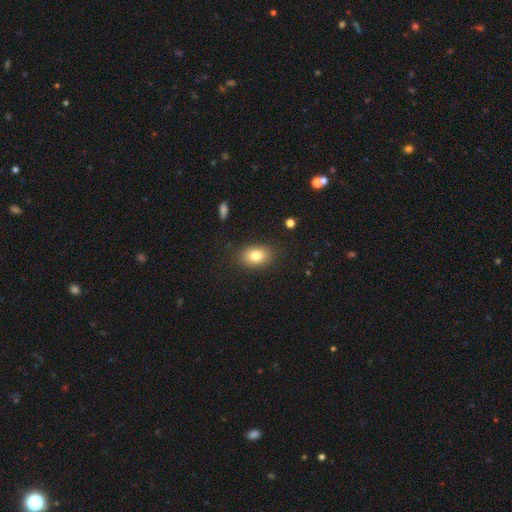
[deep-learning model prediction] smooth-or-featured: smooth: 80% | featured or disk: 10% | star or artifact: 10%
  how-rounded: in between: 77% | round: 22% | cigar-shaped: 1%
  merging: none: 86% | minor disturbance: 10% | major disturbance: 3% | merger: 1%